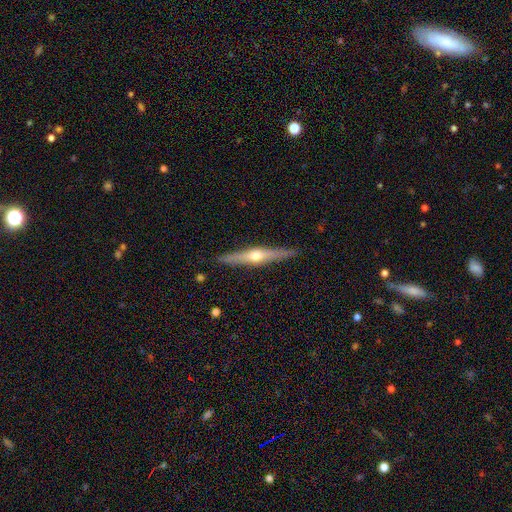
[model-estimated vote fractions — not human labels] featured or disk 71%, smooth 23%, star or artifact 5%. Down the decision tree: edge-on disk — yes (97%); edge-on bulge — rounded (92%); merging — none (90%).